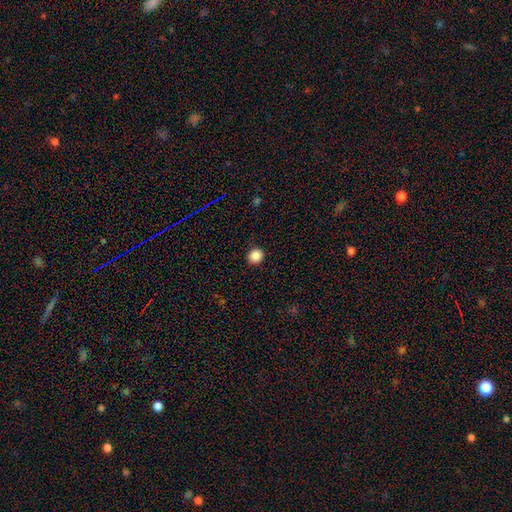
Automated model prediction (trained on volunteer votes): Overall: smooth (87%). How rounded: round (90%). Merging: none (92%).